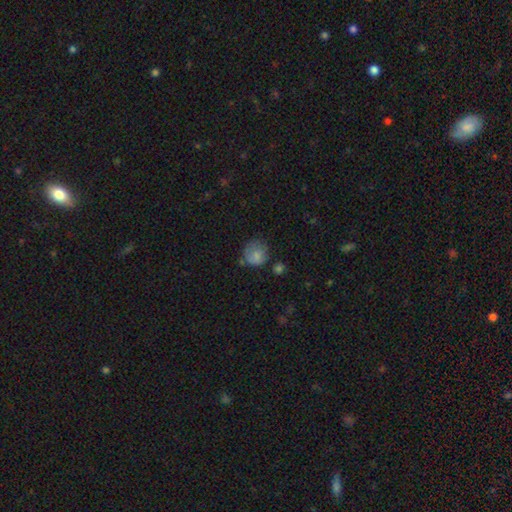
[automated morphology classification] Smooth or featured?
  - smooth: 76% *
  - featured or disk: 14%
  - star or artifact: 9%
How rounded?
  - round: 78% *
  - in between: 21%
  - cigar-shaped: 1%
Merging?
  - none: 50% *
  - minor disturbance: 30%
  - major disturbance: 15%
  - merger: 5%